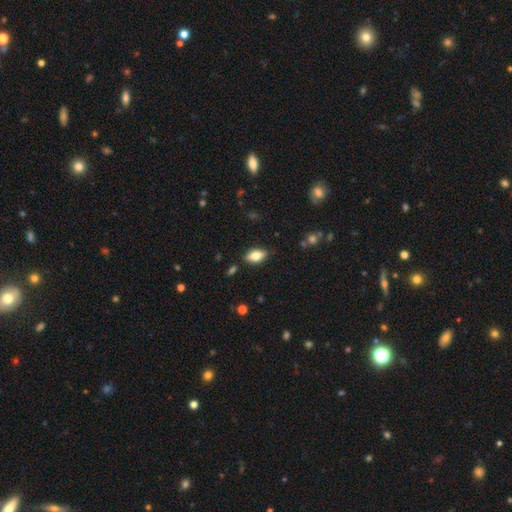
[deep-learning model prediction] Overall: smooth (72%). How rounded: in between (88%). Merging: none (83%).